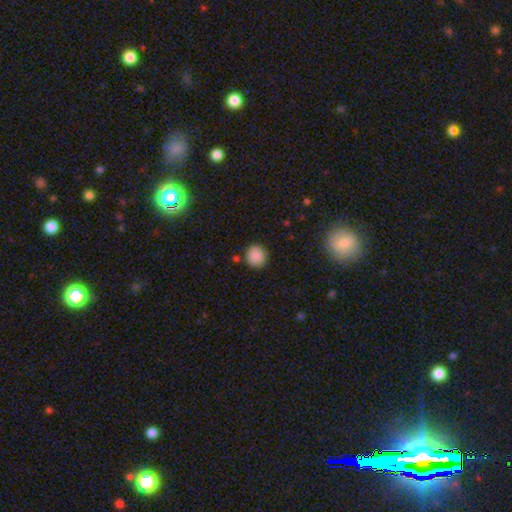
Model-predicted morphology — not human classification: type=smooth (87%); roundness=round (87%); merging=none (84%).